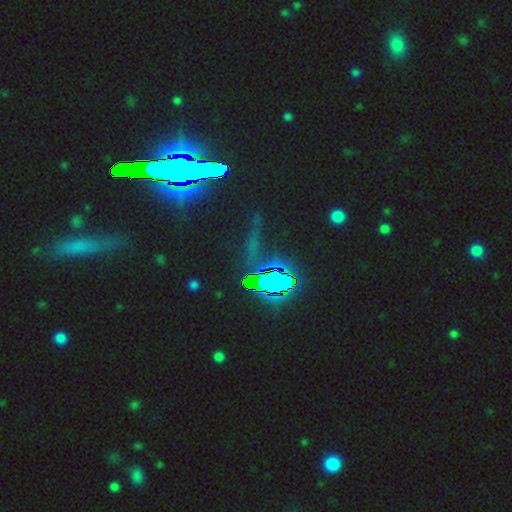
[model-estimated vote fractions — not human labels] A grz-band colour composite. It shows a star or artifact, not a galaxy (83%).